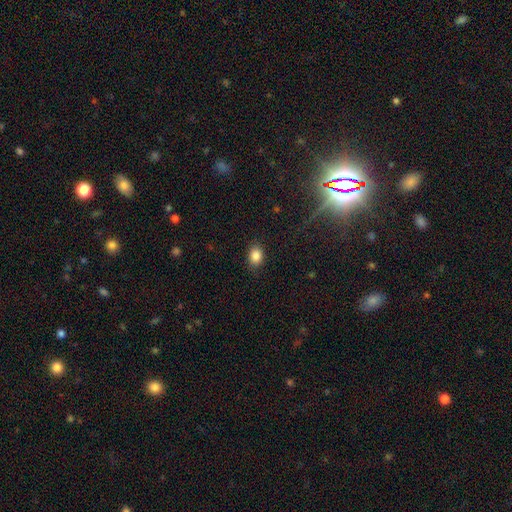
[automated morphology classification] Smooth or featured: smooth — 85% (star or artifact — 10%)
How rounded: in between — 62% (round — 37%)
Merging: none — 86% (minor disturbance — 10%)